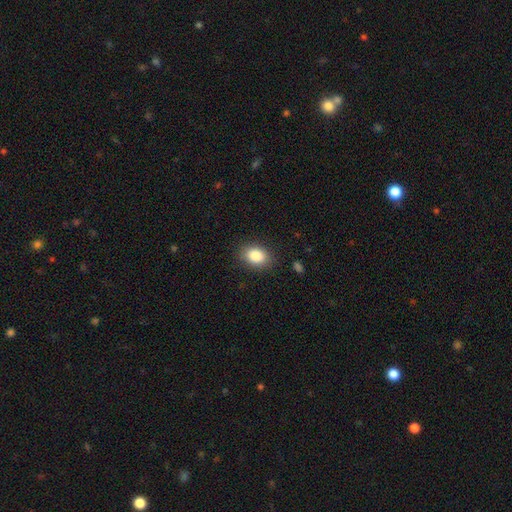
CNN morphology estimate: Overall: smooth (86%). How rounded: in between (75%). Merging: none (86%).